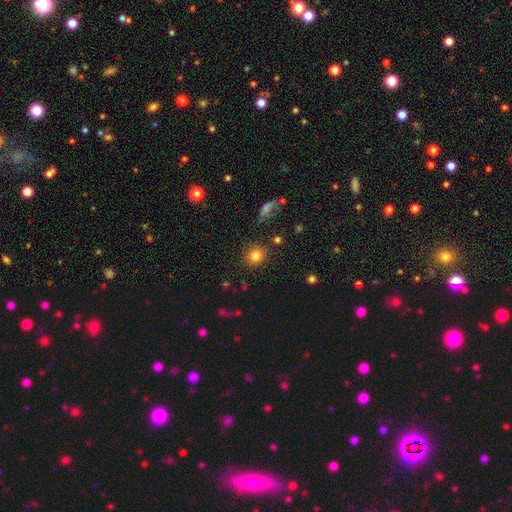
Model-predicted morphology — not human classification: Smooth or featured? smooth (81%)
How rounded? round (88%)
Merging? none (86%)